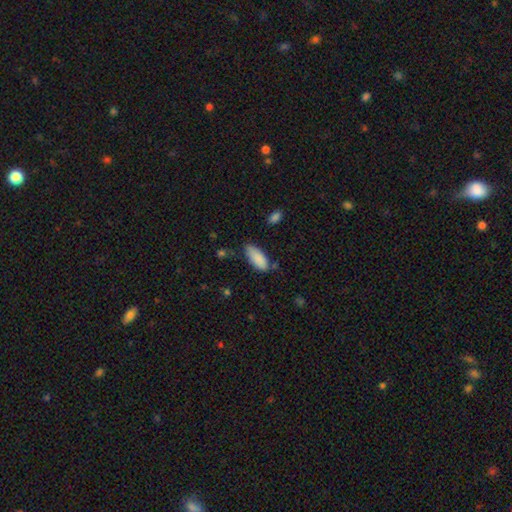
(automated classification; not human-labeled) Q: Smooth or featured?
A: smooth (88%); runner-up: star or artifact (7%)
Q: How rounded?
A: in between (86%); runner-up: cigar-shaped (12%)
Q: Merging?
A: none (66%); runner-up: minor disturbance (26%)